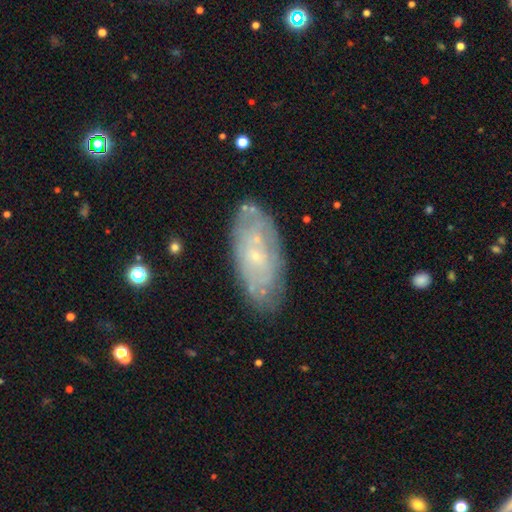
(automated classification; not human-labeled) Smooth or featured: featured or disk — 64% (smooth — 28%)
Edge-on disk: no — 89% (yes — 11%)
Bar: no — 81% (weak — 16%)
Spiral arms: yes — 61% (no — 39%)
Bulge size: small — 83% (moderate — 12%)
Merging: none — 77% (minor disturbance — 16%)